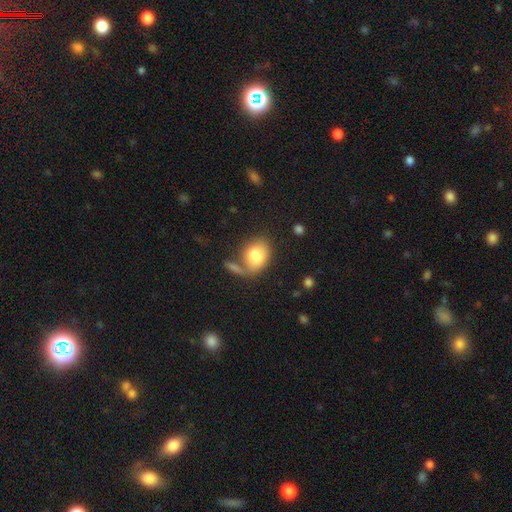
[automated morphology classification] Q: Smooth or featured?
A: smooth (78%); runner-up: featured or disk (14%)
Q: How rounded?
A: in between (74%); runner-up: round (25%)
Q: Merging?
A: none (41%); runner-up: merger (26%)